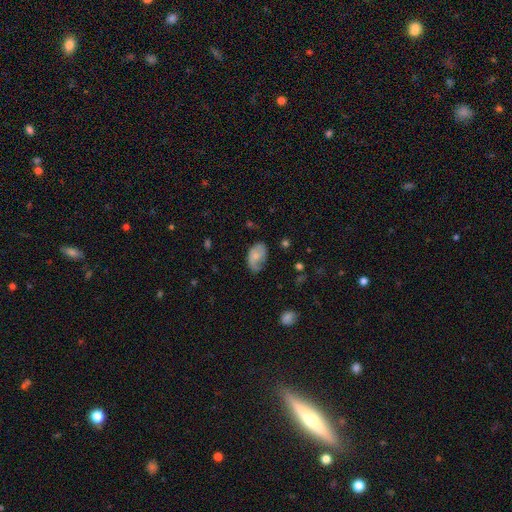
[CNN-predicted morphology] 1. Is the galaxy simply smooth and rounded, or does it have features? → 60% smooth, 32% featured or disk, 7% star or artifact.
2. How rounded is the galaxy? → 90% in between, 9% round, 2% cigar-shaped.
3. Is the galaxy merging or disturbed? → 47% none, 35% minor disturbance, 16% major disturbance, 2% merger.